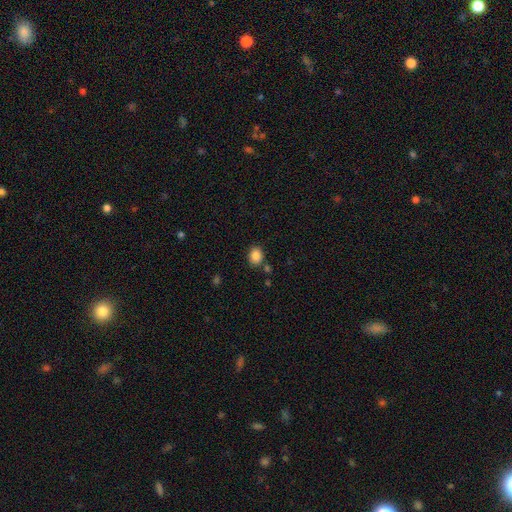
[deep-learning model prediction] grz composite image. It shows a smooth galaxy with no disk features (87%) that is round (53%). Merging: none (79%).